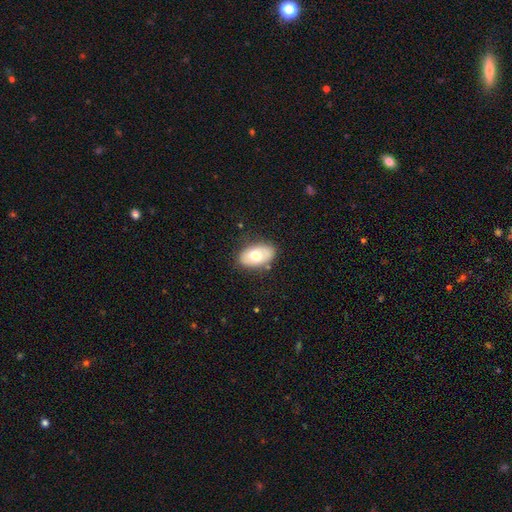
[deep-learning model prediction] This appears to be a smooth galaxy with no disk features (65%) that is in between round and cigar-shaped (91%). Merging: none (79%).